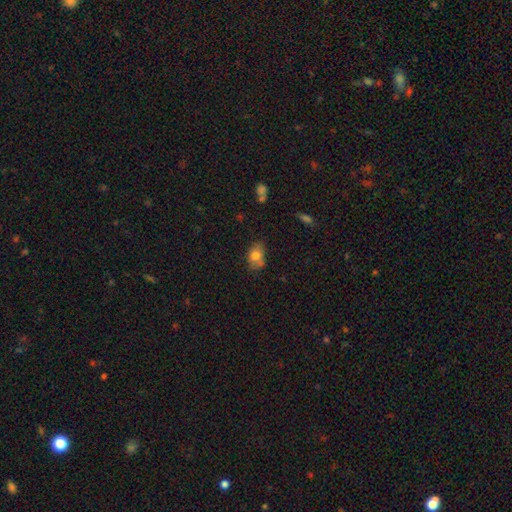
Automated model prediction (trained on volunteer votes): smooth 76%, featured or disk 15%, star or artifact 9%. Down the decision tree: how rounded — in between (81%); merging — none (59%).